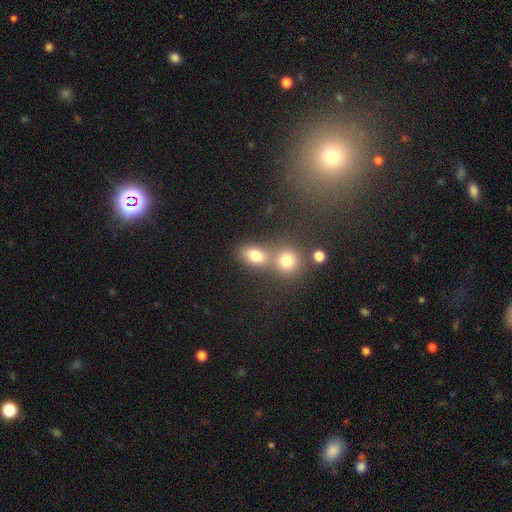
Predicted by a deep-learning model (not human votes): The model was most divided on "merging": none: 47%, merger: 40%, minor disturbance: 9%, major disturbance: 4%. More confident: smooth or featured — smooth (77%); how rounded — in between (60%).